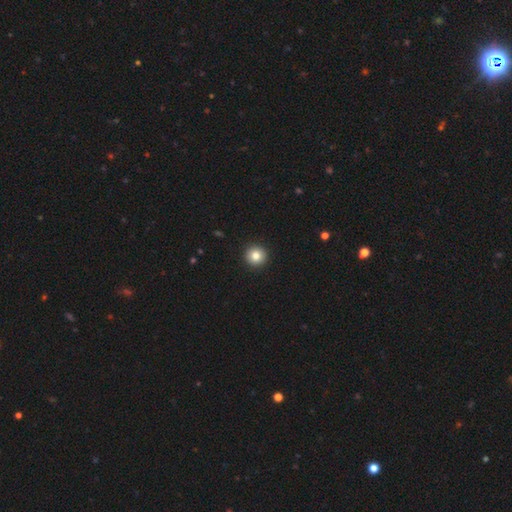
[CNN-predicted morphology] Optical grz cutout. It shows a smooth galaxy with no disk features (83%) that is round (95%). Merging: none (94%).